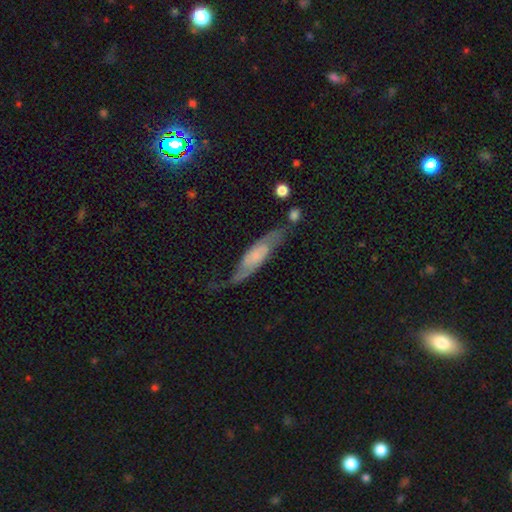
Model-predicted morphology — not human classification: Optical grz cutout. It shows a featured or disk galaxy (67%). Merging: none (59%).